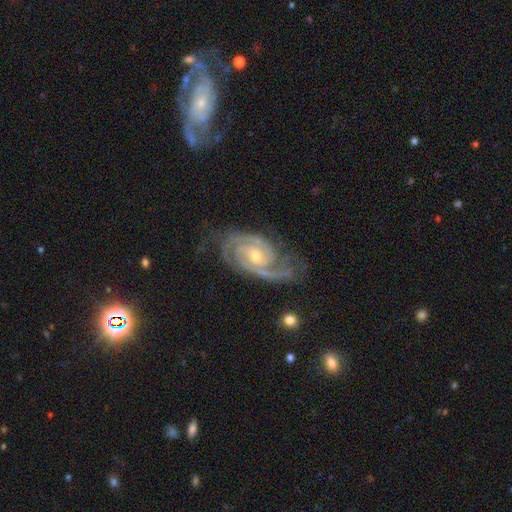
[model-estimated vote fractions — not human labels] smooth-or-featured: featured or disk: 93% | star or artifact: 4% | smooth: 3%
  disk-edge-on: no: 97% | yes: 3%
    bar: no: 54% | weak: 34% | strong: 12%
    has-spiral-arms: yes: 99% | no: 1%
      spiral-winding: tight: 68% | medium: 29% | loose: 4%
      spiral-arm-count: 2: 63% | 3: 22% | can't tell: 5% | 4: 4% | 1: 3% | more than 4: 3%
    bulge-size: moderate: 53% | small: 44% | large: 1% | none: 1% | dominant: 1%
  merging: none: 73% | minor disturbance: 19% | major disturbance: 6% | merger: 2%